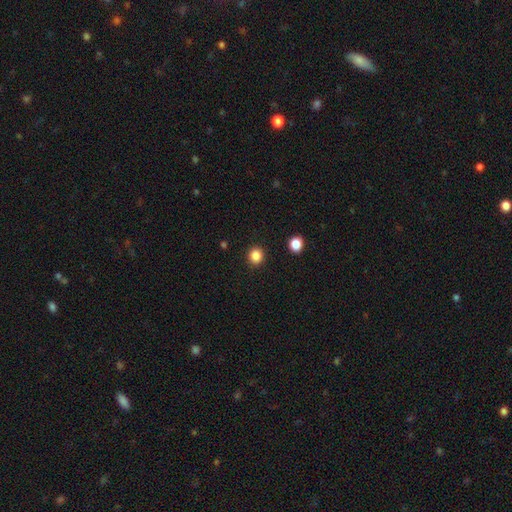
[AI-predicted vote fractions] smooth 86%, star or artifact 11%, featured or disk 3%. Down the decision tree: how rounded — round (84%); merging — none (91%).